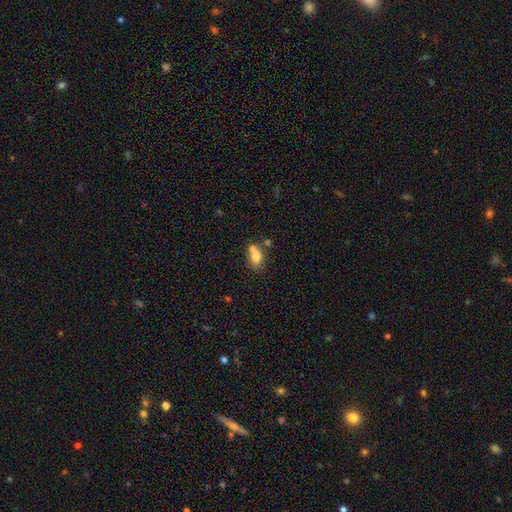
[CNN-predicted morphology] Smooth or featured? smooth (75%)
How rounded? in between (79%)
Merging? none (42%)